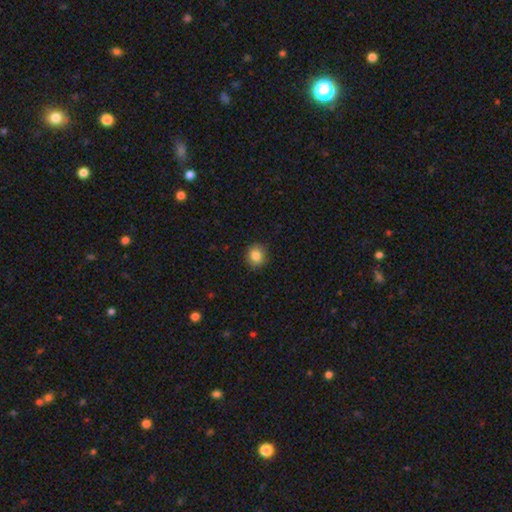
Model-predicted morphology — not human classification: This is clearly a smooth galaxy (84%). How rounded: clearly round (85%). Merging: clearly none (90%).